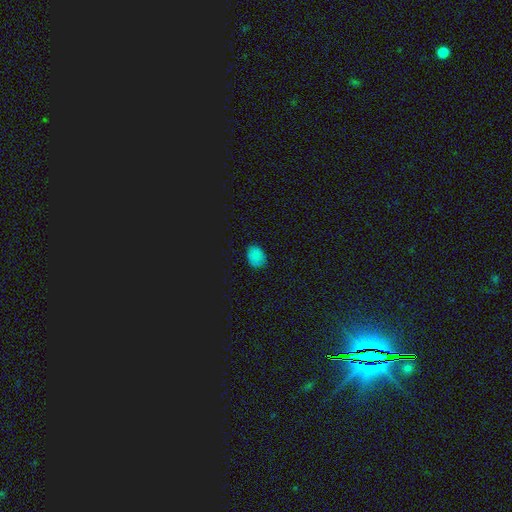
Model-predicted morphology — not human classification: Smooth or featured?
  - smooth: 78% *
  - star or artifact: 18%
  - featured or disk: 4%
How rounded?
  - in between: 76% *
  - round: 23%
  - cigar-shaped: 1%
Merging?
  - none: 85% *
  - minor disturbance: 12%
  - major disturbance: 2%
  - merger: 1%